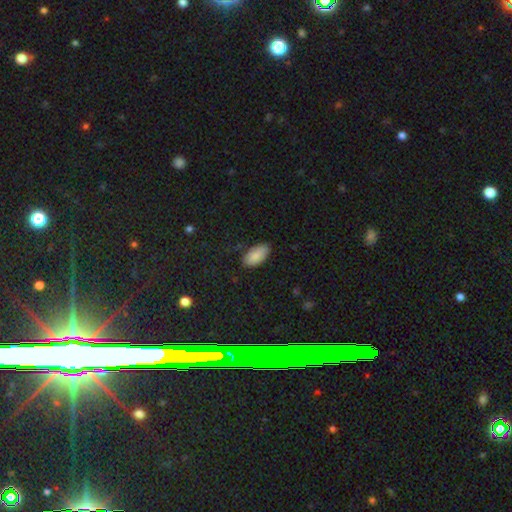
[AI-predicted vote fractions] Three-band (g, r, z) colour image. It shows a smooth galaxy with no disk features (87%) that is in between round and cigar-shaped (94%). Merging: none (78%).